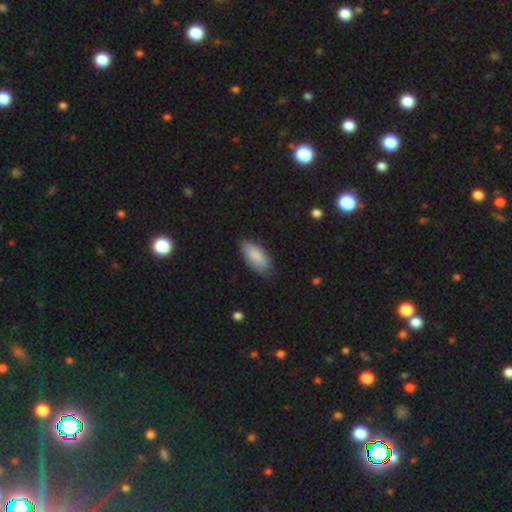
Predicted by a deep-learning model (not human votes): smooth 85%, featured or disk 9%, star or artifact 6%. Down the decision tree: how rounded — in between (85%); merging — none (75%).